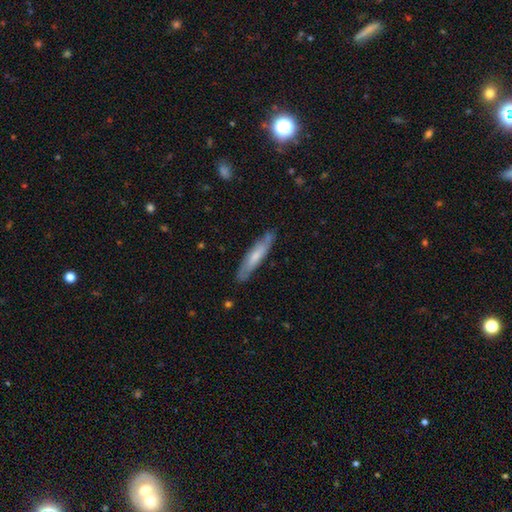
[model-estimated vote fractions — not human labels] smooth_or_featured: smooth (p=0.51) [alt: featured or disk p=0.44]
how_rounded: cigar-shaped (p=0.85) [alt: in between p=0.14]
merging: none (p=0.82) [alt: minor disturbance p=0.14]